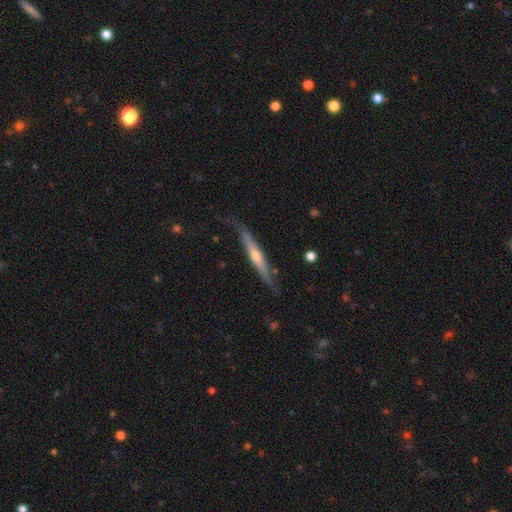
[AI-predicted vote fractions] This is likely a featured or disk galaxy (65%). It is clearly viewed edge-on (93%). Edge-on bulge: likely rounded (76%). Merging: likely none (74%).